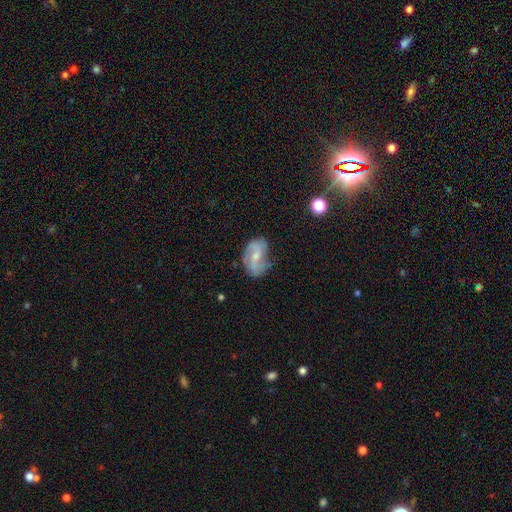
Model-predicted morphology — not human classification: Smooth or featured? featured or disk (73%)
Edge-on disk? no (97%)
Bar? weak (48%)
Spiral arms? yes (90%)
Spiral winding? medium (42%)
Spiral arm count? 2 (76%)
Bulge size? small (49%)
Merging? none (61%)